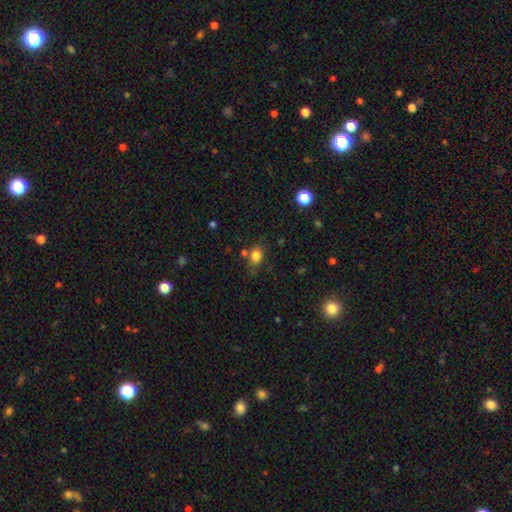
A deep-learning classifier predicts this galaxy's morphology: This is clearly a smooth galaxy (81%). How rounded: possibly in between (55%). Merging: likely none (64%).